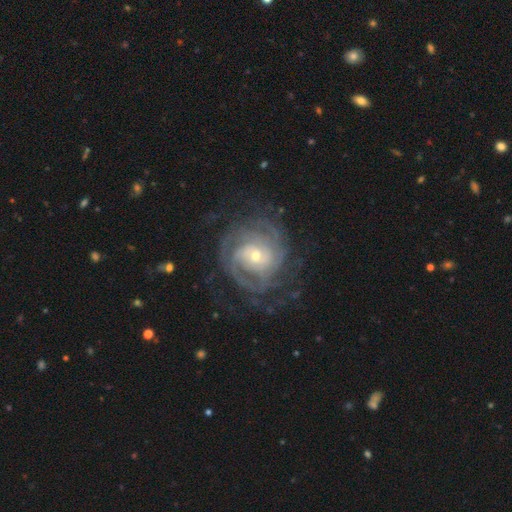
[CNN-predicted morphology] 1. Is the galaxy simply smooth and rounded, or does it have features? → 88% featured or disk, 7% smooth, 6% star or artifact.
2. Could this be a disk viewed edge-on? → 97% no, 3% yes.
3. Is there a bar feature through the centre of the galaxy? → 65% no, 26% weak, 9% strong.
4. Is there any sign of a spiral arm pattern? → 96% yes, 4% no.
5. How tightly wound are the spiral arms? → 68% tight, 26% medium, 7% loose.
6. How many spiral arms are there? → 31% can't tell, 23% 2, 18% 3, 13% 4, 8% more than 4, 7% 1.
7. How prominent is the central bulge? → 59% small, 36% moderate, 3% large, 1% none, 1% dominant.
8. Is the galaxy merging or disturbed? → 71% none, 16% minor disturbance, 12% major disturbance, 1% merger.